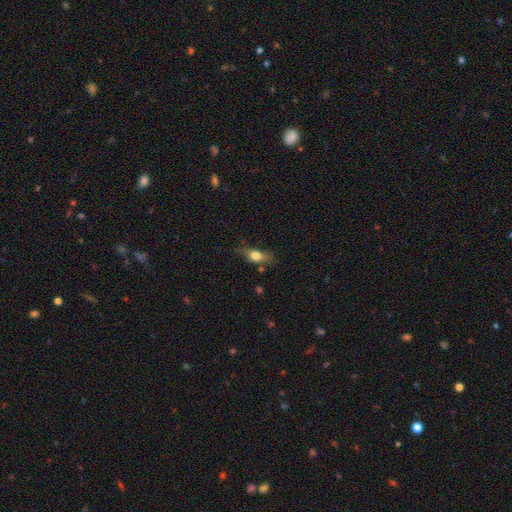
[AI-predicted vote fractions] smooth_or_featured: smooth (p=0.65) [alt: featured or disk p=0.26]
how_rounded: in between (p=0.64) [alt: cigar-shaped p=0.24]
merging: none (p=0.66) [alt: minor disturbance p=0.23]